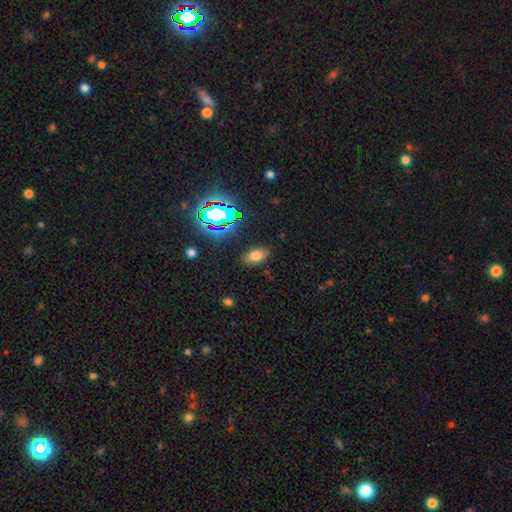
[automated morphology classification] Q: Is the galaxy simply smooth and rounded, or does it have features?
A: smooth — 70%.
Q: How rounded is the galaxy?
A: in between — 90%.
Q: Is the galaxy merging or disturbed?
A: none — 85%.